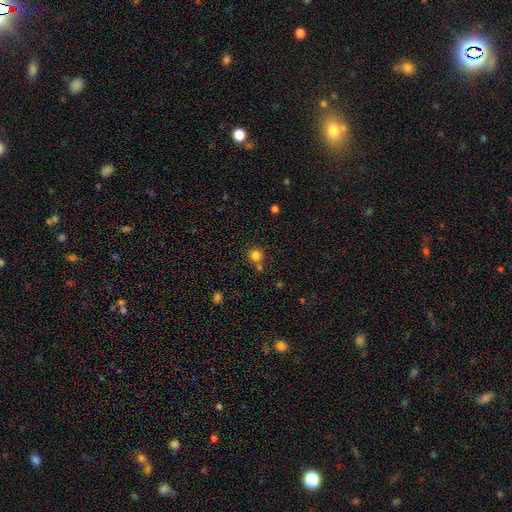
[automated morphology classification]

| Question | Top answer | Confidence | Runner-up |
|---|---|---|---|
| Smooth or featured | smooth | 81% | star or artifact (14%) |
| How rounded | round | 92% | in between (7%) |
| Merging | none | 70% | merger (18%) |